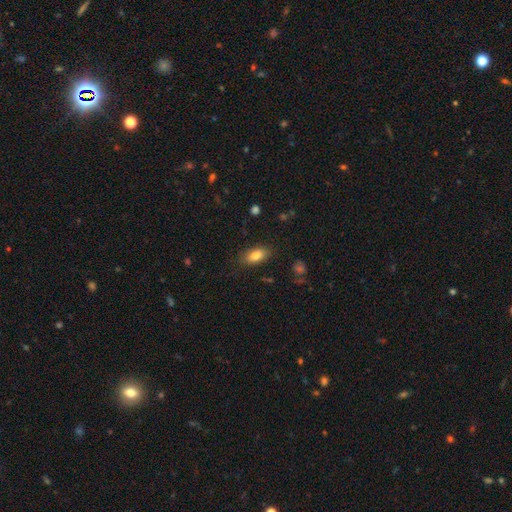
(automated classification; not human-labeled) The model was most divided on "merging": none: 83%, minor disturbance: 13%, major disturbance: 3%, merger: 1%. More confident: how rounded — in between (88%); smooth or featured — smooth (83%).